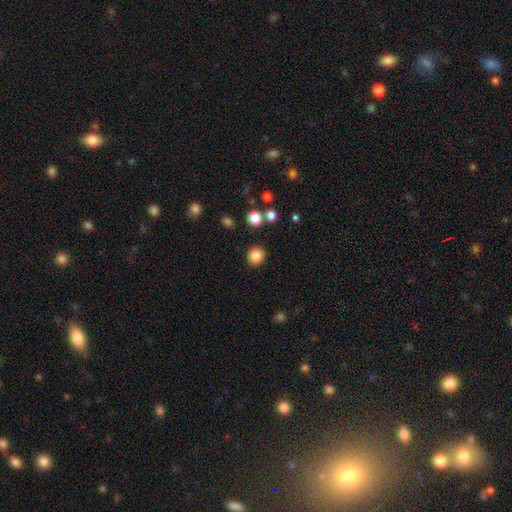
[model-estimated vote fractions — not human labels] smooth-or-featured: smooth: 85% | star or artifact: 11% | featured or disk: 4%
  how-rounded: round: 89% | in between: 10% | cigar-shaped: 1%
  merging: none: 89% | minor disturbance: 6% | merger: 3% | major disturbance: 2%